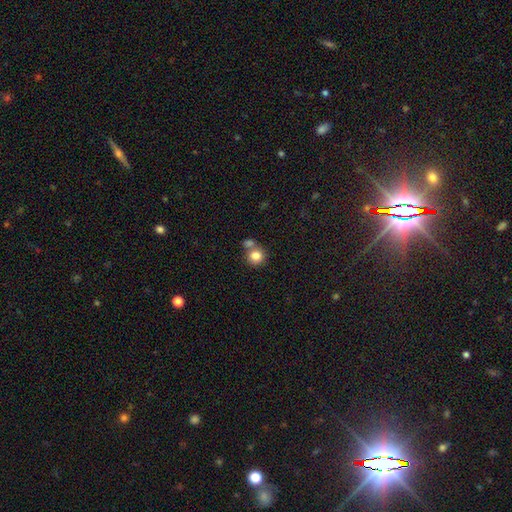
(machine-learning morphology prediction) smooth 82%, star or artifact 9%, featured or disk 8%. Down the decision tree: how rounded — round (89%); merging — none (55%).